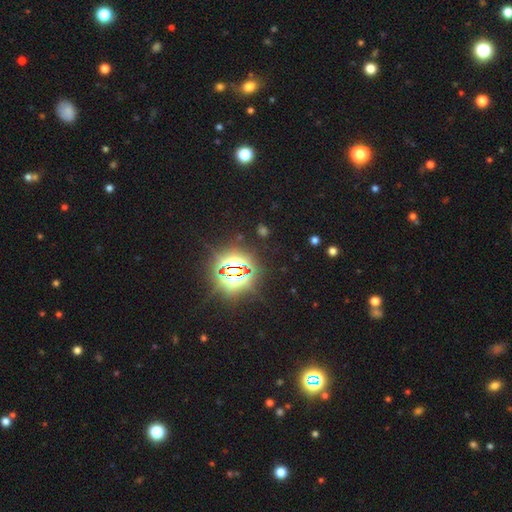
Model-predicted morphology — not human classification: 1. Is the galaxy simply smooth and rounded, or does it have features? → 85% star or artifact, 9% smooth, 6% featured or disk.